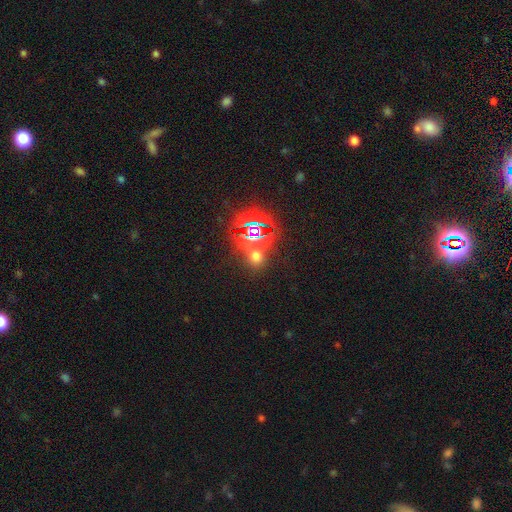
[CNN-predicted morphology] Overall: star or artifact (50%; smooth 43%).